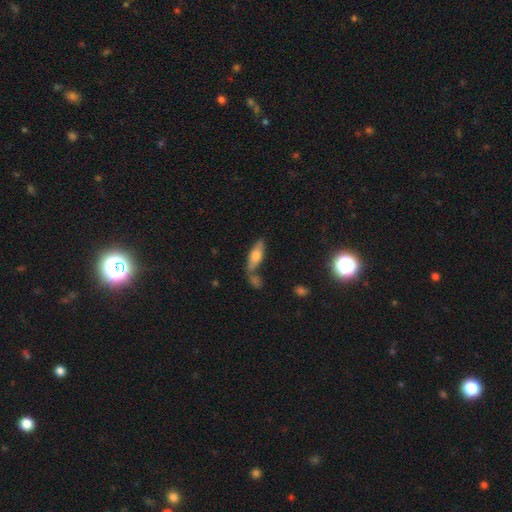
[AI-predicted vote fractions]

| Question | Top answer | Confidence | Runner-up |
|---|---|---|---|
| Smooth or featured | smooth | 64% | featured or disk (29%) |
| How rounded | in between | 59% | cigar-shaped (39%) |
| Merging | none | 58% | merger (21%) |